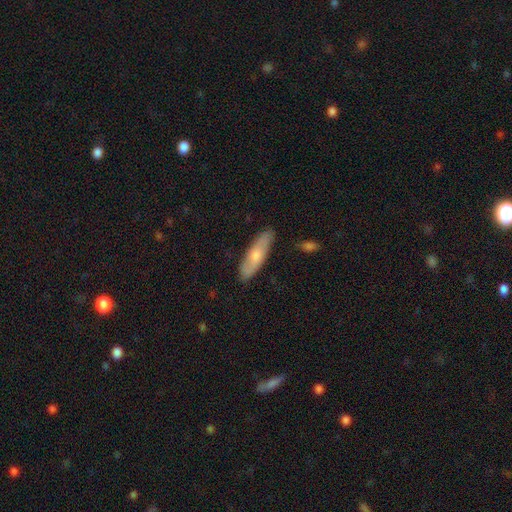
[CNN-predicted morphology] Smooth or featured? Predicted: smooth (p=0.63). How rounded? Predicted: cigar-shaped (p=0.61). Merging? Predicted: none (p=0.85).